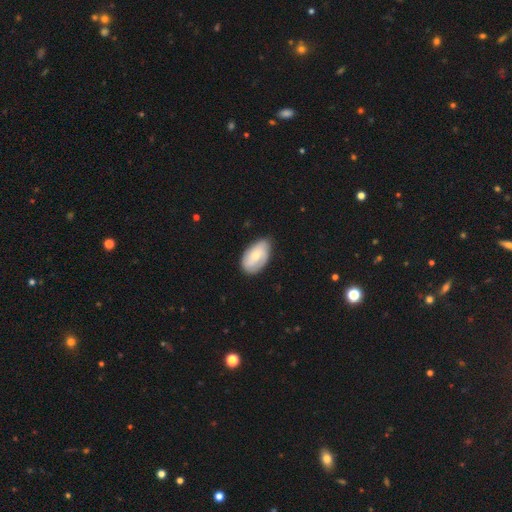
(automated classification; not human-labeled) Overall: smooth (59%; featured or disk 35%). How rounded: in between (93%). Merging: none (70%).